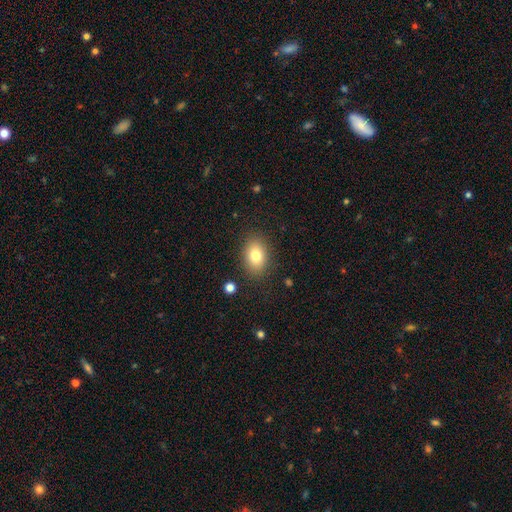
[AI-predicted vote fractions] smooth_or_featured: smooth (p=0.80) [alt: featured or disk p=0.11]
how_rounded: in between (p=0.78) [alt: round p=0.21]
merging: none (p=0.86) [alt: minor disturbance p=0.10]